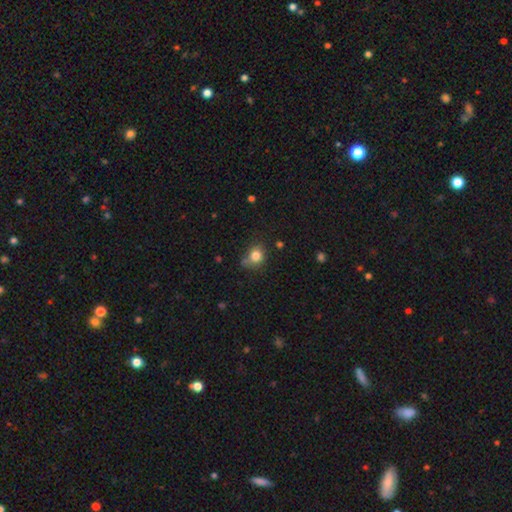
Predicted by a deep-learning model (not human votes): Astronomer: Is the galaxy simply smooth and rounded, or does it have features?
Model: smooth — 81%.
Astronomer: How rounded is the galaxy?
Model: round — 70%.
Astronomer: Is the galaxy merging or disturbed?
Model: none — 60%.